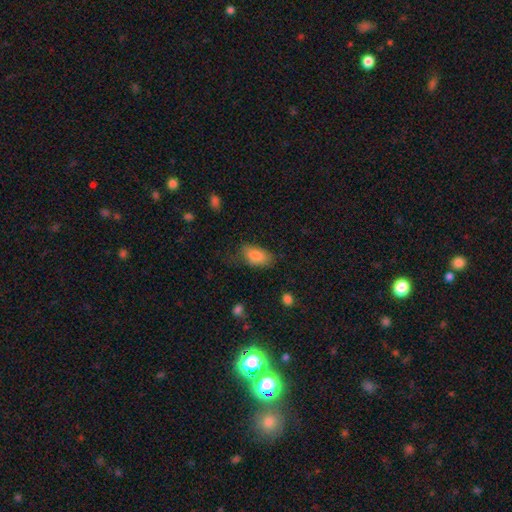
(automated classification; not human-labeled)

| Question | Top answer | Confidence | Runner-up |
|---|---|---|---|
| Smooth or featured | smooth | 85% | featured or disk (8%) |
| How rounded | in between | 92% | round (6%) |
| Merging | none | 64% | minor disturbance (25%) |